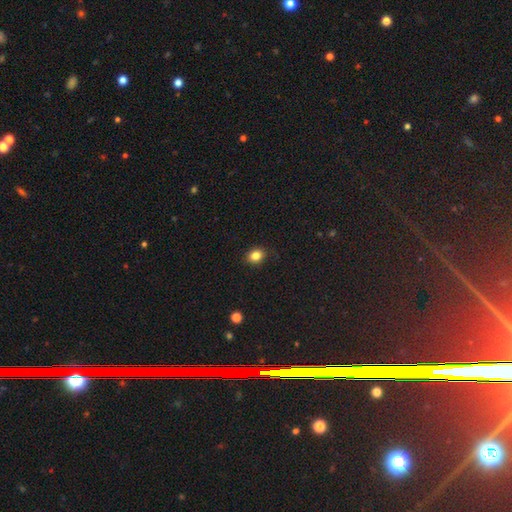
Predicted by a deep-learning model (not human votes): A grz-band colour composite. It shows a smooth galaxy with no disk features (84%) that is round (56%). Merging: none (88%).